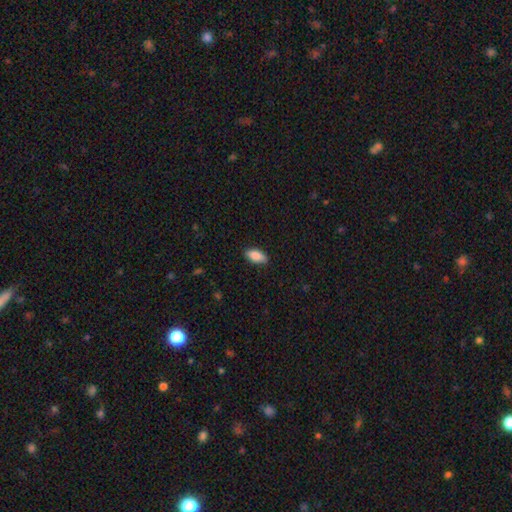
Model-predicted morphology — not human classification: This appears to be a smooth galaxy with no disk features (87%) that is in between round and cigar-shaped (89%). Merging: none (86%).